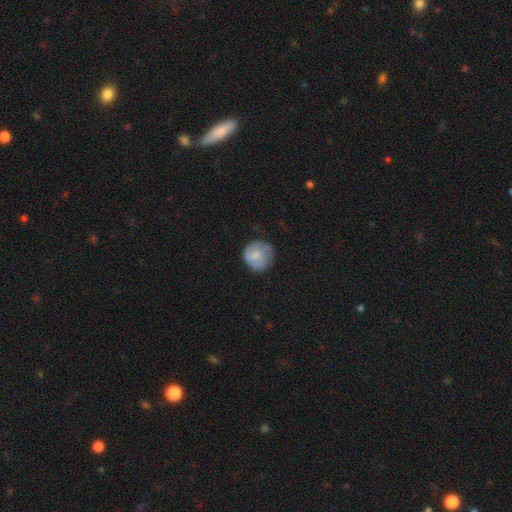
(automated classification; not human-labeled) smooth-or-featured: smooth: 68% | featured or disk: 26% | star or artifact: 7%
  how-rounded: round: 89% | in between: 10% | cigar-shaped: 1%
  merging: none: 67% | minor disturbance: 24% | major disturbance: 8% | merger: 1%